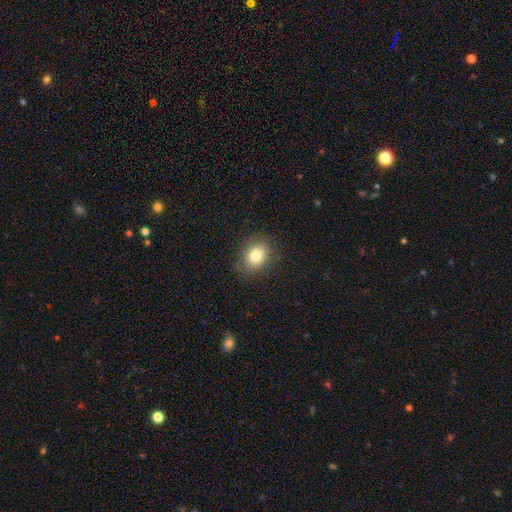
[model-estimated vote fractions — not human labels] Morphology: type=smooth (79%); roundness=in between (55%); merging=none (83%).